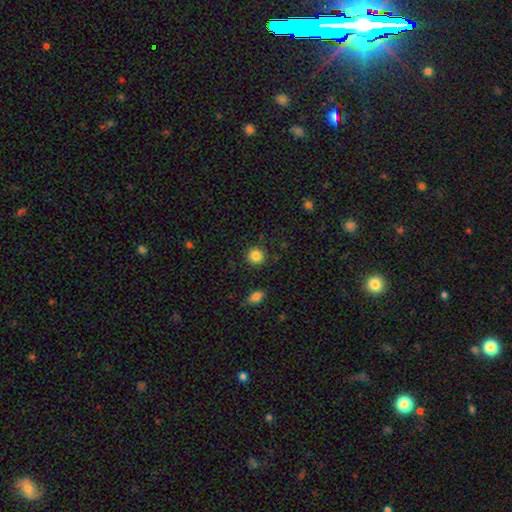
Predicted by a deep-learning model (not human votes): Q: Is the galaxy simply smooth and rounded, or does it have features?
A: smooth — 85%.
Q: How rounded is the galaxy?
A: round — 91%.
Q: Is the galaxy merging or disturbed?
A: none — 90%.